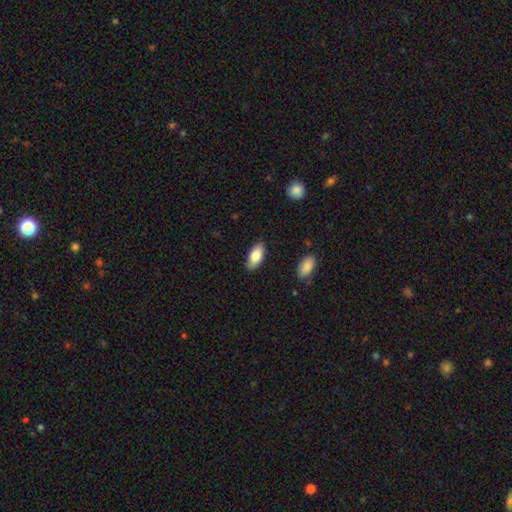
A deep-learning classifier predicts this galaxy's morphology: Smooth or featured?
  - smooth: 82% *
  - featured or disk: 12%
  - star or artifact: 6%
How rounded?
  - in between: 90% *
  - cigar-shaped: 8%
  - round: 2%
Merging?
  - none: 86% *
  - minor disturbance: 11%
  - major disturbance: 2%
  - merger: 1%